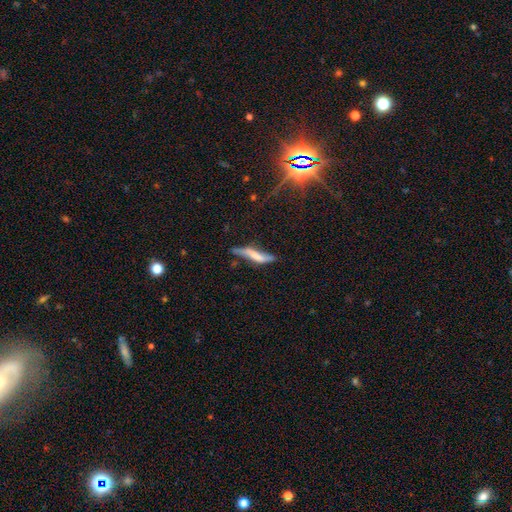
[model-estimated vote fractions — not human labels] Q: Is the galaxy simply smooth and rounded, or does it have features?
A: smooth — 51%.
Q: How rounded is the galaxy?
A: cigar-shaped — 78%.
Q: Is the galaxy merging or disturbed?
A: none — 44%.